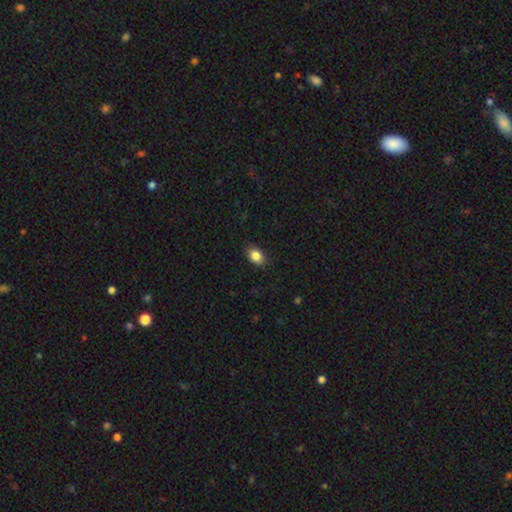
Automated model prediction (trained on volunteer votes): Smooth or featured: smooth — 85% (star or artifact — 9%)
How rounded: in between — 79% (round — 20%)
Merging: none — 87% (minor disturbance — 10%)